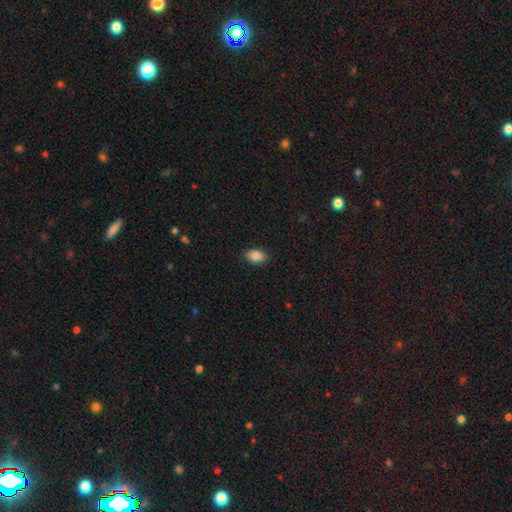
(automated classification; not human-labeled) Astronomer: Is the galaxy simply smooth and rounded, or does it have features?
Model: smooth — 88%.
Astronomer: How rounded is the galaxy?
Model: in between — 91%.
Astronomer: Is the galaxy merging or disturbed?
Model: none — 87%.